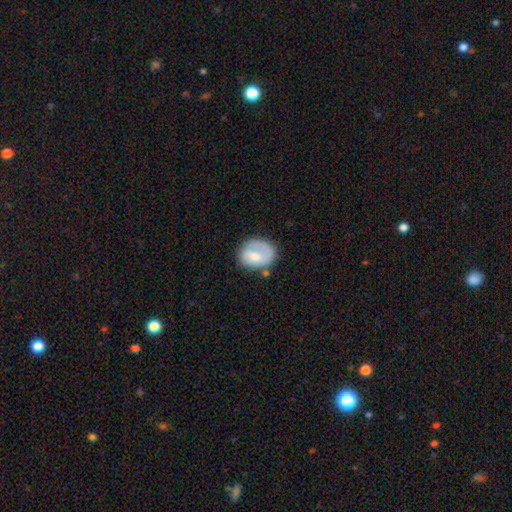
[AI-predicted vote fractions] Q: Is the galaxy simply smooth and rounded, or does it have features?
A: smooth — 62%.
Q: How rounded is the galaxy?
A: in between — 51%.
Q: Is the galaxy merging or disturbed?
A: none — 54%.